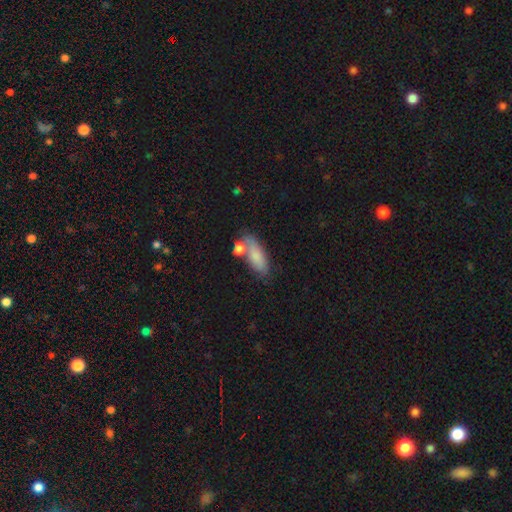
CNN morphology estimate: This is likely a smooth galaxy (78%). How rounded: likely in between (77%). Merging: possibly none (50%).